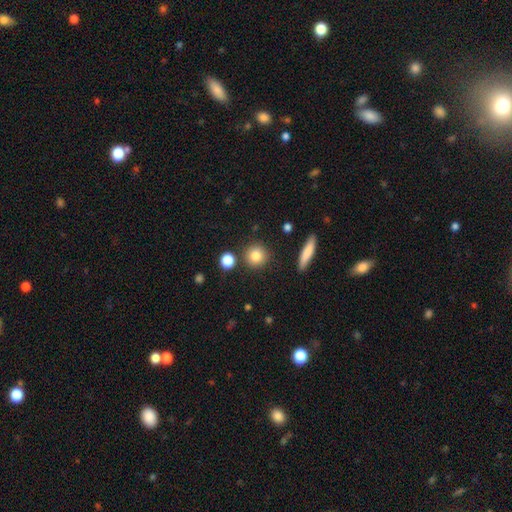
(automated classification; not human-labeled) Q: Smooth or featured?
A: smooth (83%); runner-up: star or artifact (9%)
Q: How rounded?
A: round (89%); runner-up: in between (9%)
Q: Merging?
A: none (85%); runner-up: minor disturbance (7%)